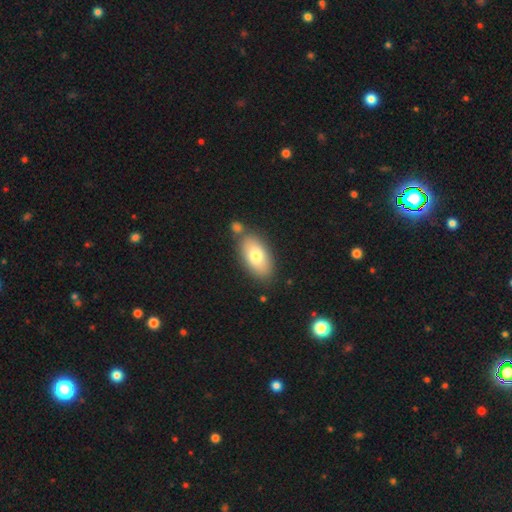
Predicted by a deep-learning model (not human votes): This appears to be a smooth galaxy with no disk features (75%) that is in between round and cigar-shaped (92%). Merging: none (70%).